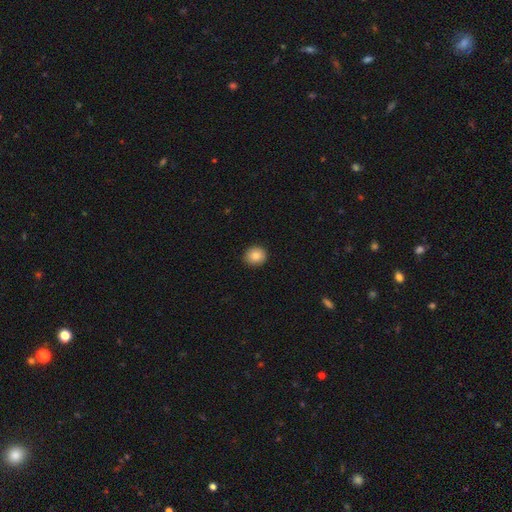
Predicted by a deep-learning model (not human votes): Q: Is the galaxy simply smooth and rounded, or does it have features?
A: smooth — 84%.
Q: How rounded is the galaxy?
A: round — 86%.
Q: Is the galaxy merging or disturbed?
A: none — 91%.